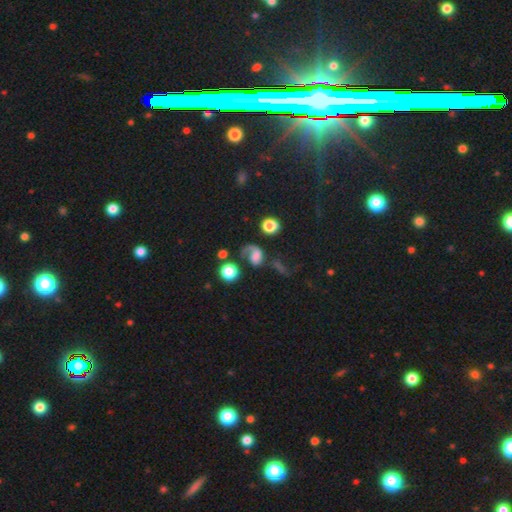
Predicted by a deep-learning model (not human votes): Q: Smooth or featured?
A: featured or disk (46%); runner-up: smooth (39%)
Q: Merging?
A: major disturbance (38%); runner-up: none (34%)